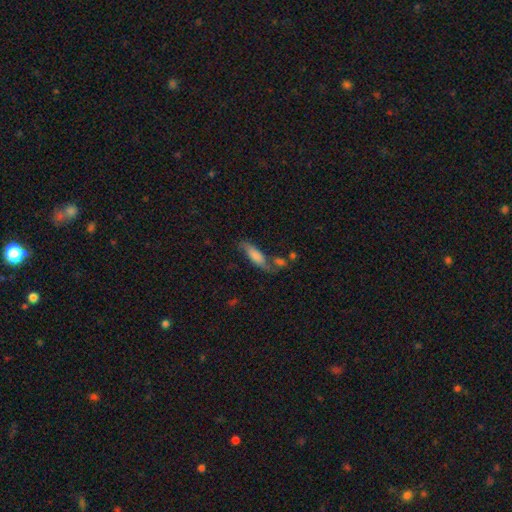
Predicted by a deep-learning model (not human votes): Smooth or featured?
  - smooth: 59% *
  - featured or disk: 33%
  - star or artifact: 8%
How rounded?
  - in between: 57% *
  - cigar-shaped: 40%
  - round: 3%
Merging?
  - none: 45% *
  - minor disturbance: 22%
  - merger: 20%
  - major disturbance: 13%